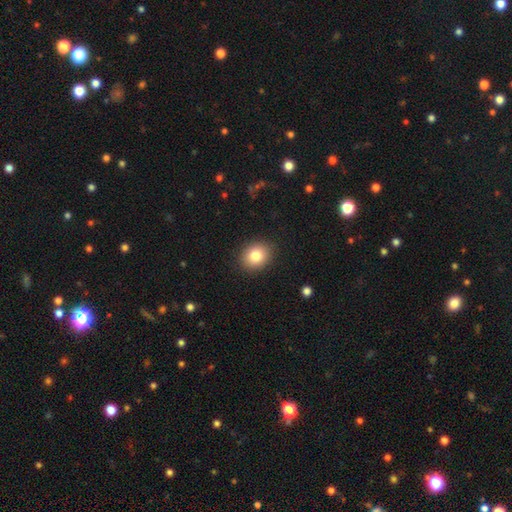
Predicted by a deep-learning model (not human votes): The model was most divided on "how rounded": round: 56%, in between: 43%, cigar-shaped: 1%. More confident: merging — none (89%); smooth or featured — smooth (83%).